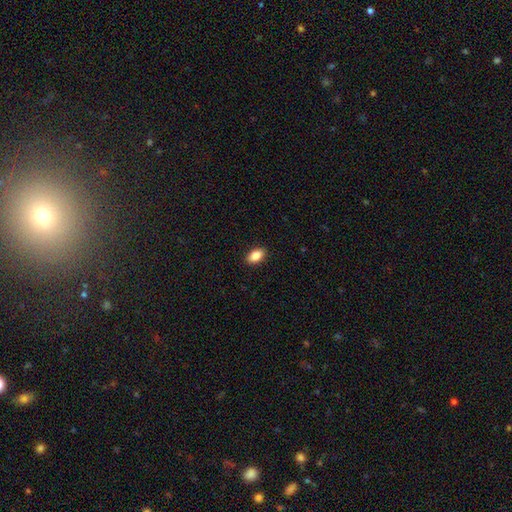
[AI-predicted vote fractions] A smooth galaxy with no disk features (86%) that is in between round and cigar-shaped (90%). Merging: none (90%).